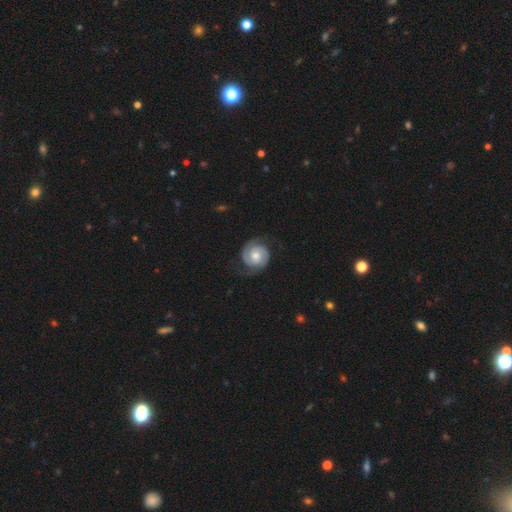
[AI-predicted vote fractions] Smooth or featured?
  - featured or disk: 81% *
  - smooth: 14%
  - star or artifact: 5%
Edge-on disk?
  - no: 98% *
  - yes: 2%
Bar?
  - no: 71% *
  - weak: 24%
  - strong: 5%
Spiral arms?
  - yes: 96% *
  - no: 4%
Spiral winding?
  - tight: 55% *
  - medium: 33%
  - loose: 11%
Spiral arm count?
  - 2: 91% *
  - can't tell: 4%
  - 1: 2%
  - 3: 2%
  - 4: 1%
  - more than 4: 1%
Bulge size?
  - moderate: 69% *
  - small: 19%
  - large: 9%
  - none: 2%
  - dominant: 1%
Merging?
  - none: 76% *
  - minor disturbance: 15%
  - major disturbance: 7%
  - merger: 1%